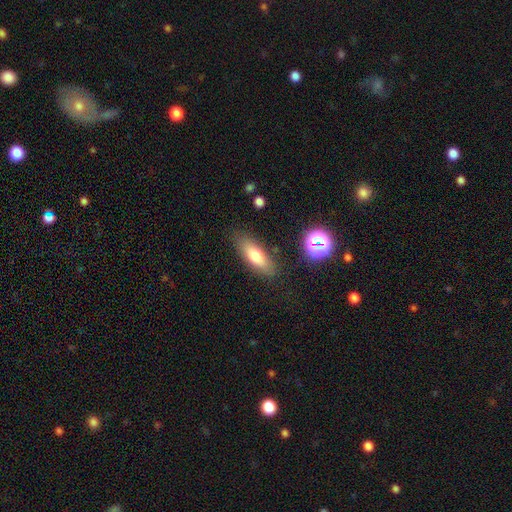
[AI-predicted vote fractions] The model was most divided on "how rounded": in between: 61%, cigar-shaped: 36%, round: 3%. More confident: merging — none (82%); smooth or featured — smooth (71%).